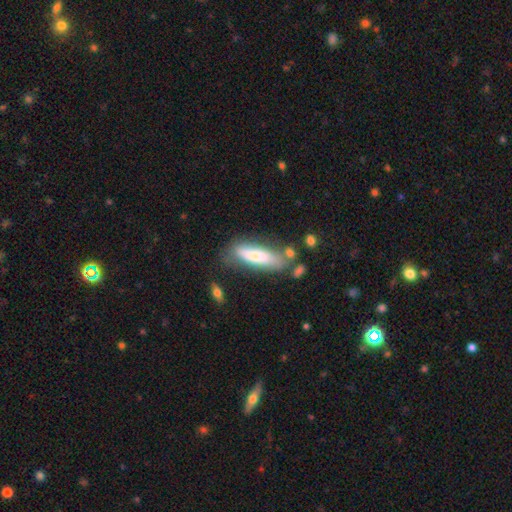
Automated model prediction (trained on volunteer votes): Smooth or featured? smooth (71%)
How rounded? cigar-shaped (60%)
Merging? none (62%)